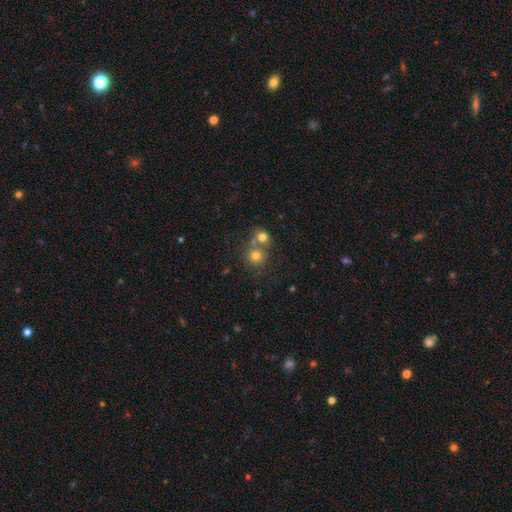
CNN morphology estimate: Overall: smooth (74%). How rounded: round (87%). Merging: none (49%; merger 41%).